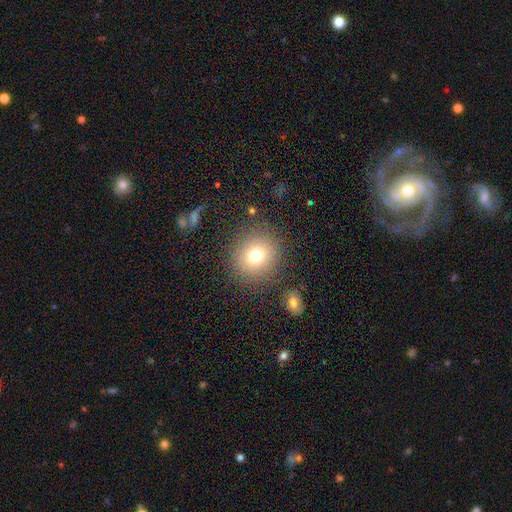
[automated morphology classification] Overall: smooth (75%). How rounded: round (88%). Merging: none (85%).